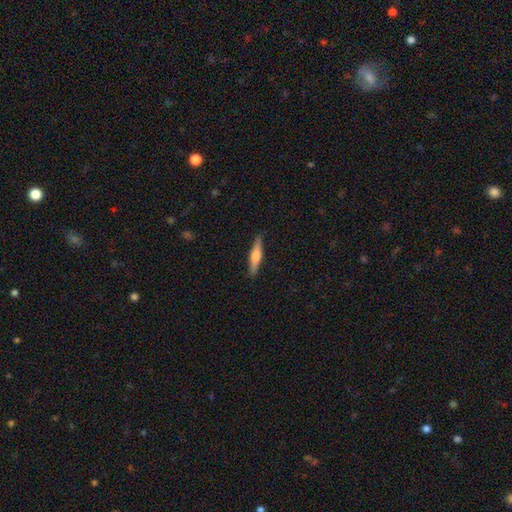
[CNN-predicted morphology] Smooth or featured? smooth (47%, tied with featured or disk)
Merging? none (90%)